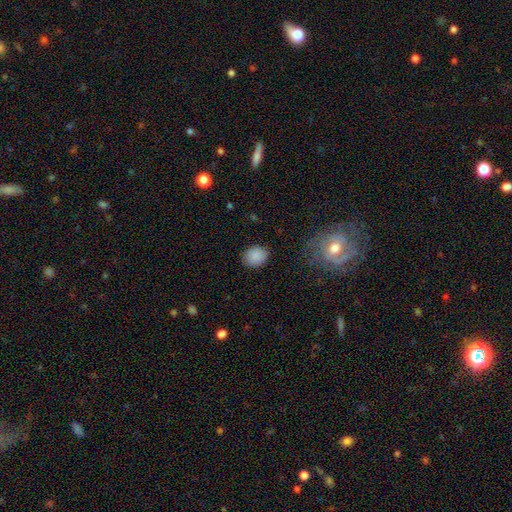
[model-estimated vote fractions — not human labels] smooth-or-featured: smooth: 87% | star or artifact: 9% | featured or disk: 4%
  how-rounded: round: 63% | in between: 36% | cigar-shaped: 1%
  merging: none: 86% | minor disturbance: 10% | major disturbance: 3% | merger: 1%